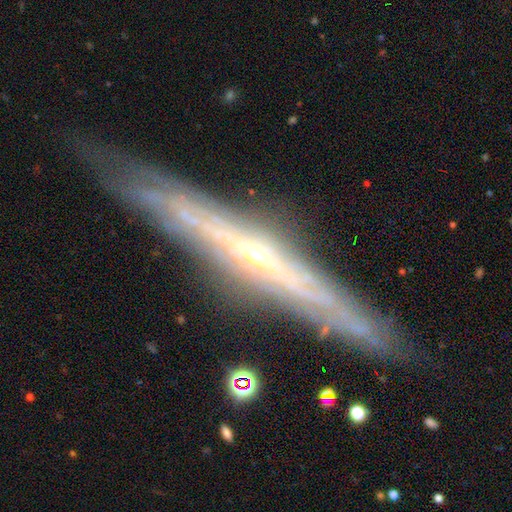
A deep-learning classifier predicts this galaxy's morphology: A featured or disk galaxy (84%) viewed edge-on (89%) with a rounded central bulge (60%).

Vote fractions:
- Smooth or featured? featured or disk: 84% / smooth: 10% / star or artifact: 6%
- Edge-on disk? yes: 89% / no: 11%
- Edge-on bulge? rounded: 60% / none: 36% / boxy: 4%
- Merging? none: 83% / minor disturbance: 12% / major disturbance: 3% / merger: 2%